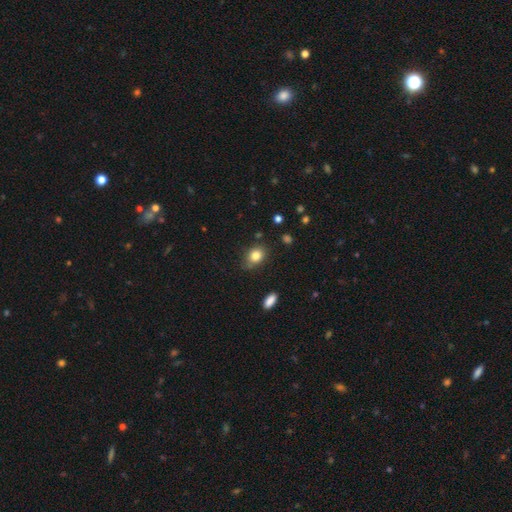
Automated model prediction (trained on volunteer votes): A smooth galaxy with no disk features (82%) that is in between round and cigar-shaped (60%). Merging: none (68%).